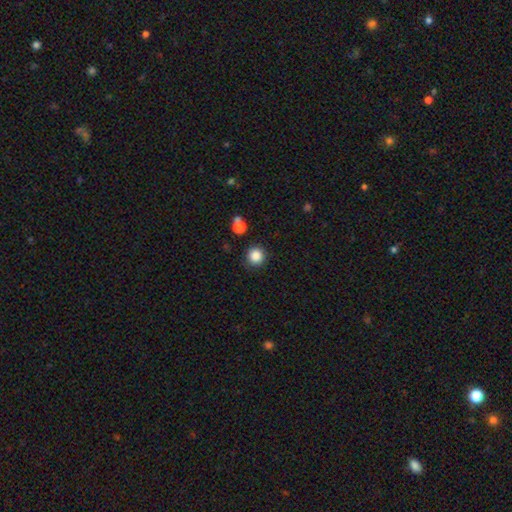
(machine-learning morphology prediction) The model was most divided on "smooth or featured": smooth: 86%, star or artifact: 11%, featured or disk: 3%. More confident: how rounded — round (94%); merging — none (88%).